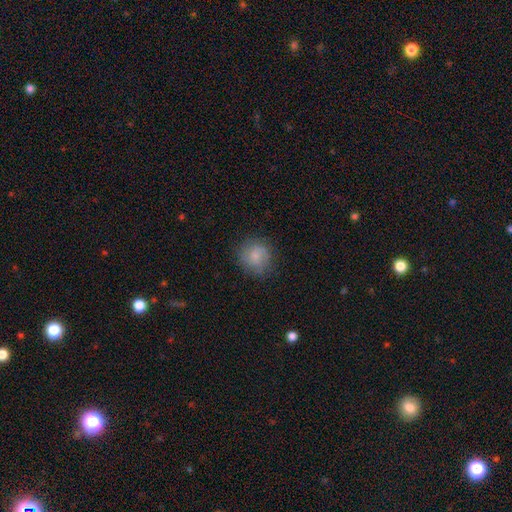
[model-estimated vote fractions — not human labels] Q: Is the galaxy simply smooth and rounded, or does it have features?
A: smooth — 70%.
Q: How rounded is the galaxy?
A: round — 87%.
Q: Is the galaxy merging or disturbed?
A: none — 77%.